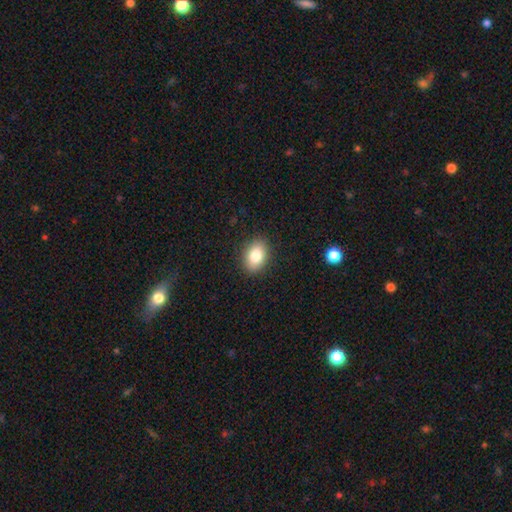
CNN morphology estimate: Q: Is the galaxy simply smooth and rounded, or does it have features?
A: smooth — 83%.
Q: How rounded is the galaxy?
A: in between — 78%.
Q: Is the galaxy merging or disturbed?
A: none — 89%.